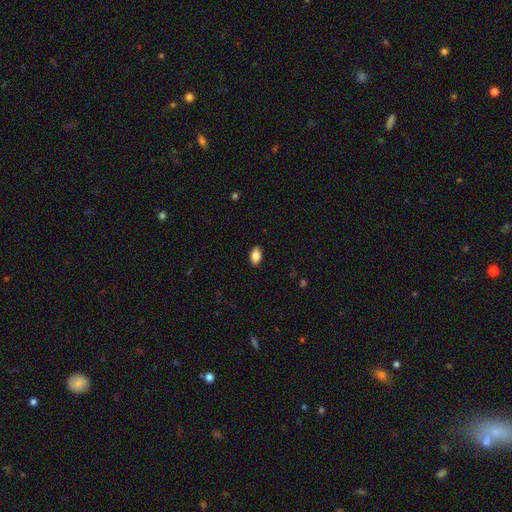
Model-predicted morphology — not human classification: Smooth or featured? smooth (86%)
How rounded? in between (93%)
Merging? none (89%)